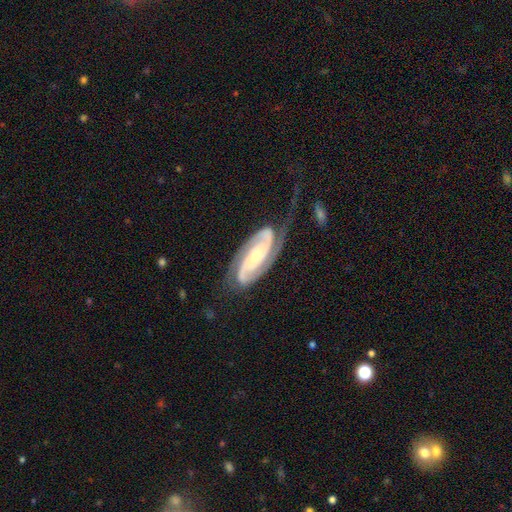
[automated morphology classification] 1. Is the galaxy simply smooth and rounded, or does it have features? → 91% featured or disk, 5% smooth, 4% star or artifact.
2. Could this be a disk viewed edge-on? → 96% no, 4% yes.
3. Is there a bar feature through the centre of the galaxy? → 53% no, 26% weak, 21% strong.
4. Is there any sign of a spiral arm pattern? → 98% yes, 2% no.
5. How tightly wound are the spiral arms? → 58% tight, 34% medium, 8% loose.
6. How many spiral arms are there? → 86% 2, 5% 3, 4% can't tell, 2% 1, 2% 4, 2% more than 4.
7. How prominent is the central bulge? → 60% small, 36% moderate, 2% large, 1% none, 1% dominant.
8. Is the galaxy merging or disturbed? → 63% none, 19% minor disturbance, 16% major disturbance, 2% merger.